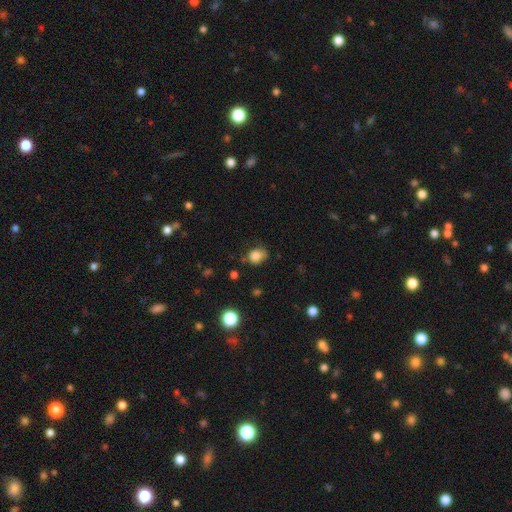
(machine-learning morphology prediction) smooth 82%, star or artifact 11%, featured or disk 7%. Down the decision tree: how rounded — round (58%); merging — none (53%).